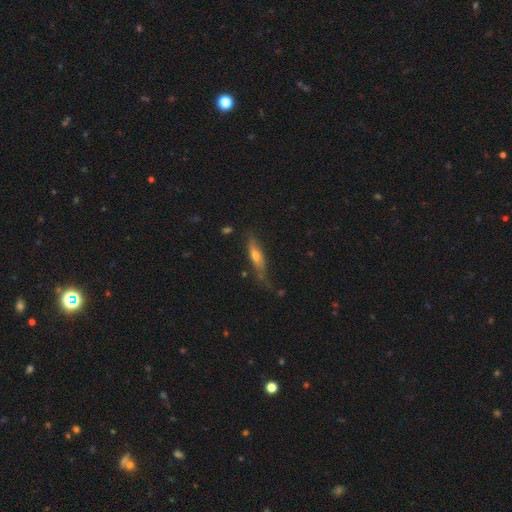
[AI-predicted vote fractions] Smooth or featured? Predicted: featured or disk (p=0.52). Edge-on disk? Predicted: yes (p=0.82). Merging? Predicted: none (p=0.66).